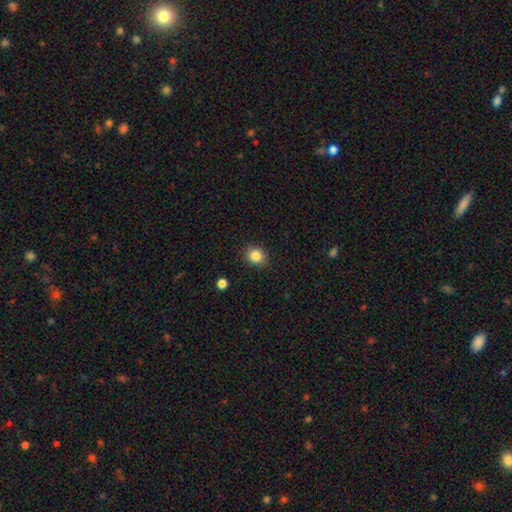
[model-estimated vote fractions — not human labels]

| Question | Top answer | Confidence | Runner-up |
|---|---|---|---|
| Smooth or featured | smooth | 84% | star or artifact (11%) |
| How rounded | round | 74% | in between (25%) |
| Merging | none | 87% | minor disturbance (9%) |